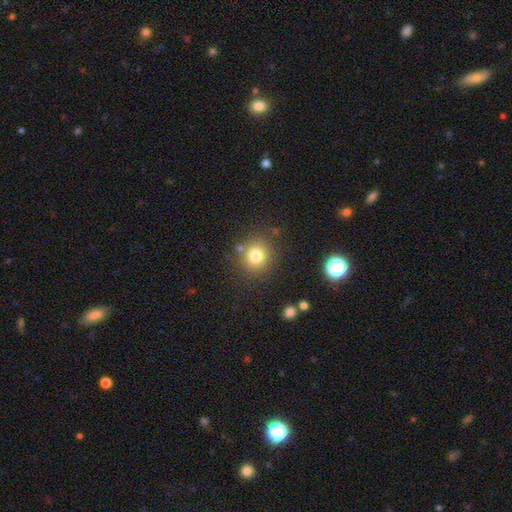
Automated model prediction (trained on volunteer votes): A smooth galaxy with no disk features (79%) that is round (86%).

Vote fractions:
- Smooth or featured? smooth: 79% / star or artifact: 13% / featured or disk: 8%
- How rounded? round: 86% / in between: 13% / cigar-shaped: 1%
- Merging? none: 81% / minor disturbance: 10% / merger: 5% / major disturbance: 4%